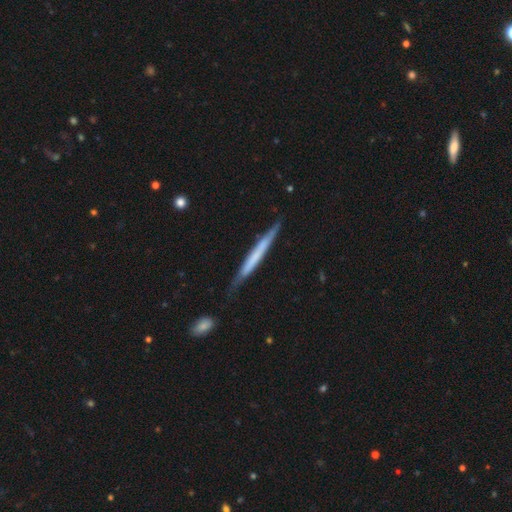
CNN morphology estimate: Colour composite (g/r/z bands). It shows a featured or disk galaxy (47%, tied with smooth). Merging: none (77%).